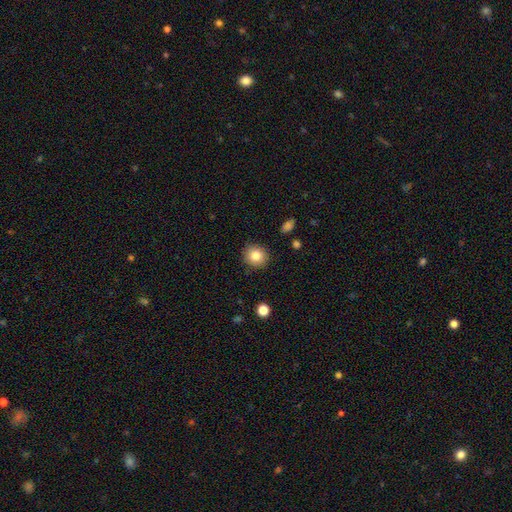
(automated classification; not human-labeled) Smooth or featured: smooth — 83% (star or artifact — 9%)
How rounded: round — 88% (in between — 11%)
Merging: none — 89% (minor disturbance — 7%)